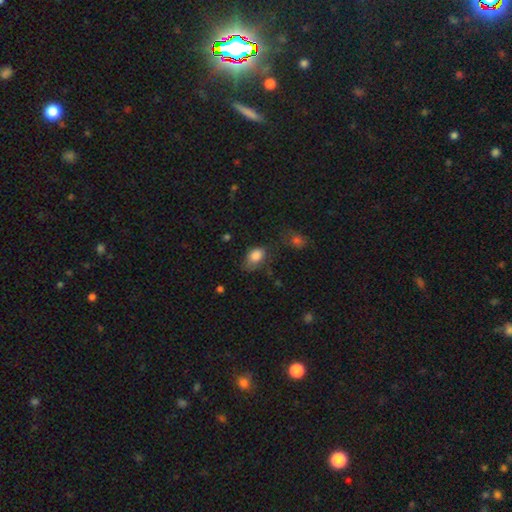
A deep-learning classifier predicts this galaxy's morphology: Smooth or featured? Predicted: smooth (p=0.84). How rounded? Predicted: in between (p=0.84). Merging? Predicted: none (p=0.50).